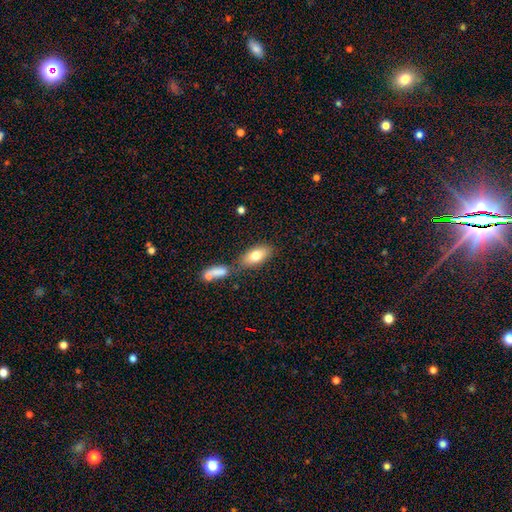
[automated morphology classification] Smooth or featured? smooth (75%)
How rounded? in between (86%)
Merging? none (64%)